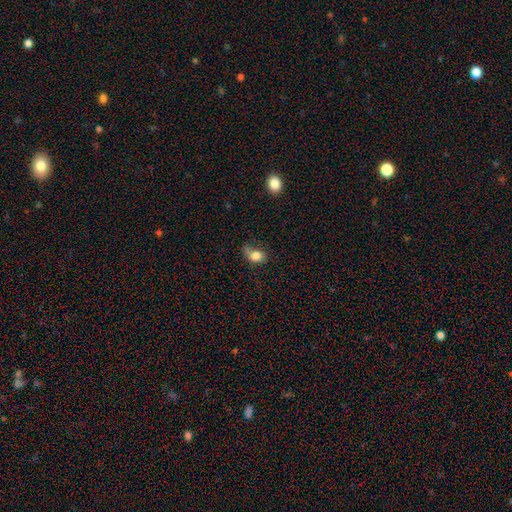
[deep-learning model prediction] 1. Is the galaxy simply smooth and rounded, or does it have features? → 79% smooth, 11% featured or disk, 10% star or artifact.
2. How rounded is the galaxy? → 61% in between, 37% round, 2% cigar-shaped.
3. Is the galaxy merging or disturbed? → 36% none, 34% minor disturbance, 22% major disturbance, 8% merger.